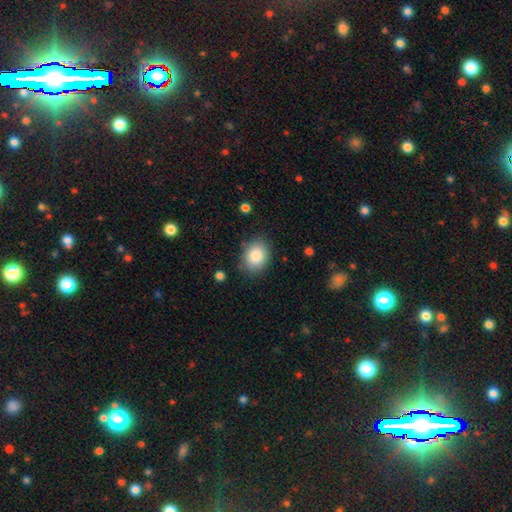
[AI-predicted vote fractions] This appears to be a smooth galaxy with no disk features (86%) that is in between round and cigar-shaped (56%). Merging: none (82%).